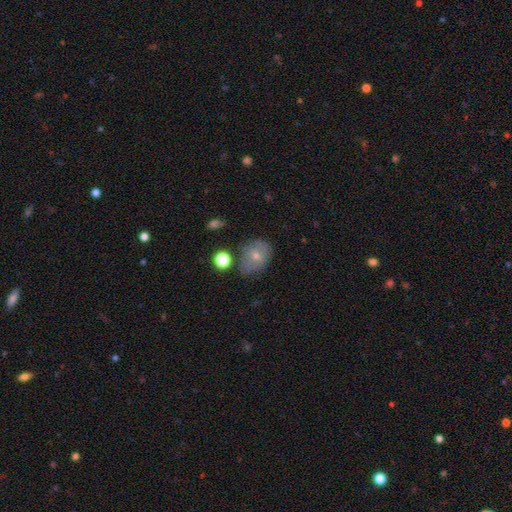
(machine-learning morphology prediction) smooth 63%, featured or disk 27%, star or artifact 10%. Down the decision tree: how rounded — in between (50%); merging — none (61%).